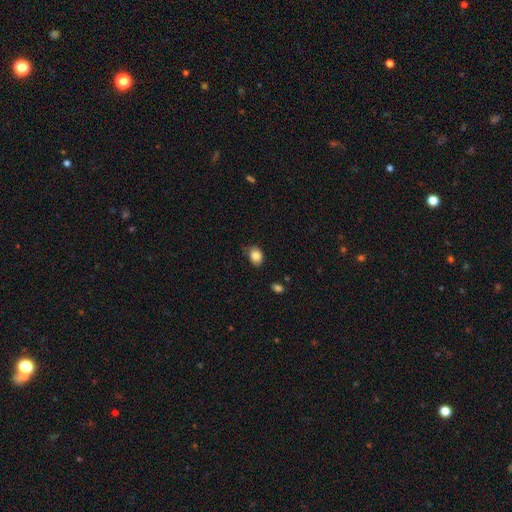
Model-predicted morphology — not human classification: smooth_or_featured: smooth (p=0.85) [alt: star or artifact p=0.09]
how_rounded: in between (p=0.64) [alt: round p=0.35]
merging: none (p=0.66) [alt: minor disturbance p=0.27]